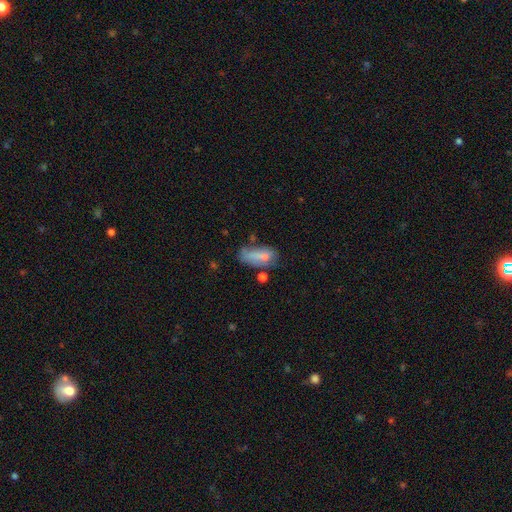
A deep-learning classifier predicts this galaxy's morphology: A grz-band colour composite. It shows a smooth galaxy with no disk features (71%) that is in between round and cigar-shaped (83%). Merging: none (41%).